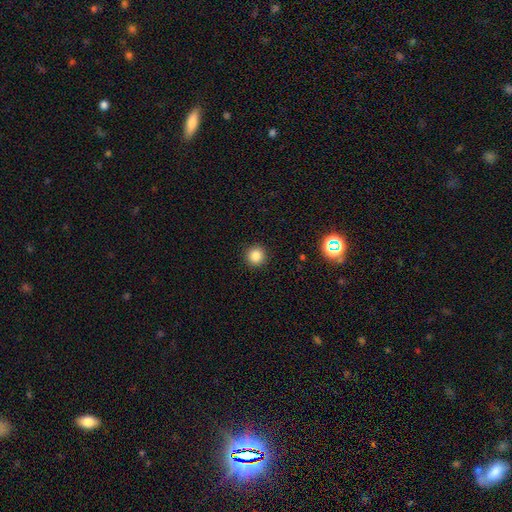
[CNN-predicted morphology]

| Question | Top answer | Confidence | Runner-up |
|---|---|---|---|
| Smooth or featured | smooth | 85% | star or artifact (11%) |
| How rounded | round | 95% | in between (4%) |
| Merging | none | 92% | minor disturbance (5%) |